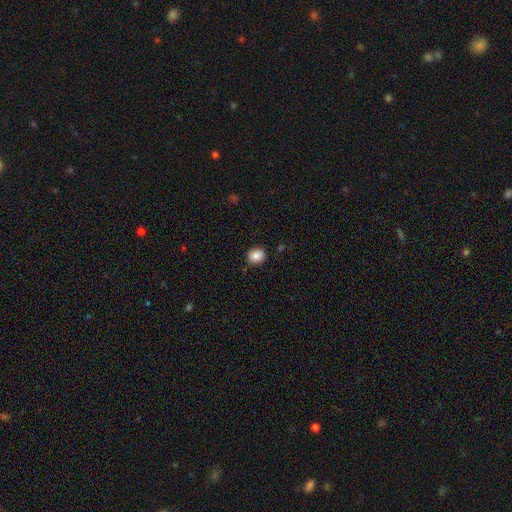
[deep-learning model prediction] Q: Smooth or featured?
A: smooth (85%); runner-up: star or artifact (9%)
Q: How rounded?
A: round (83%); runner-up: in between (16%)
Q: Merging?
A: none (88%); runner-up: minor disturbance (9%)